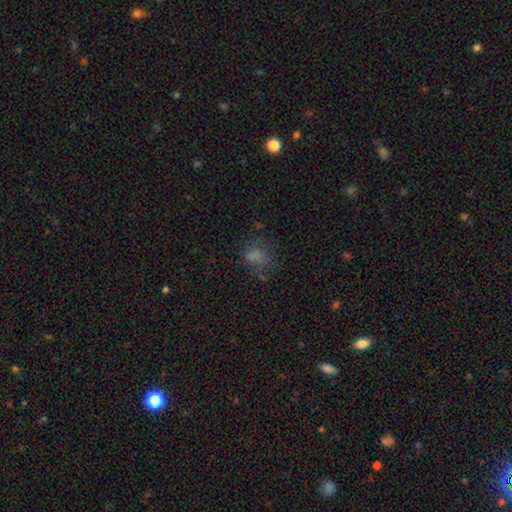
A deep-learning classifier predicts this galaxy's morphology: A smooth galaxy with no disk features (62%) that is in between round and cigar-shaped (53%).

Vote fractions:
- Smooth or featured? smooth: 62% / star or artifact: 21% / featured or disk: 17%
- How rounded? in between: 53% / round: 45% / cigar-shaped: 2%
- Merging? none: 48% / major disturbance: 24% / minor disturbance: 23% / merger: 6%